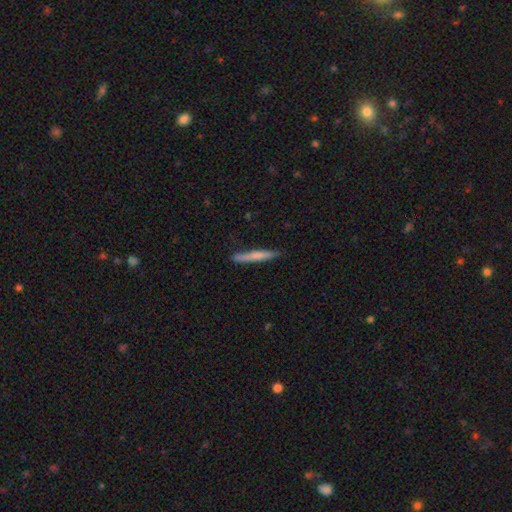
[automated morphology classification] Smooth or featured? Predicted: smooth (p=0.67). How rounded? Predicted: cigar-shaped (p=0.96). Merging? Predicted: none (p=0.84).